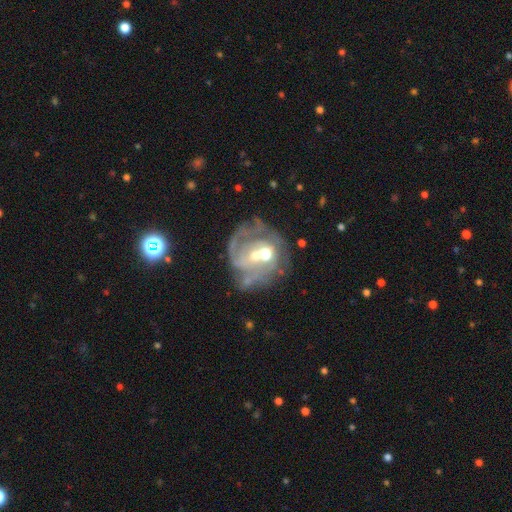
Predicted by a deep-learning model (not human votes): A featured or disk galaxy (75%) with no bar (63%), tight (46%) spiral arms (77%) and a moderate central bulge (58%).

Vote fractions:
- Smooth or featured? featured or disk: 75% / smooth: 15% / star or artifact: 10%
- Edge-on disk? no: 98% / yes: 2%
- Bar? no: 63% / weak: 29% / strong: 8%
- Spiral arms? yes: 77% / no: 23%
- Spiral winding? tight: 46% / medium: 36% / loose: 19%
- Spiral arm count? can't tell: 34% / 2: 29% / 3: 15% / 1: 13% / 4: 5% / more than 4: 4%
- Bulge size? moderate: 58% / small: 31% / large: 6% / none: 4% / dominant: 2%
- Merging? none: 42% / merger: 20% / major disturbance: 20% / minor disturbance: 17%